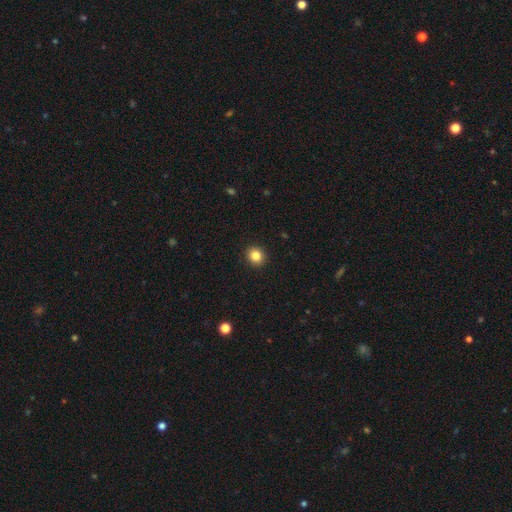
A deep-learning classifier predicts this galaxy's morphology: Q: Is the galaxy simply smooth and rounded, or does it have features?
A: smooth — 85%.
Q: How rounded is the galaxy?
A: round — 79%.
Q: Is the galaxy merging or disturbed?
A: none — 92%.